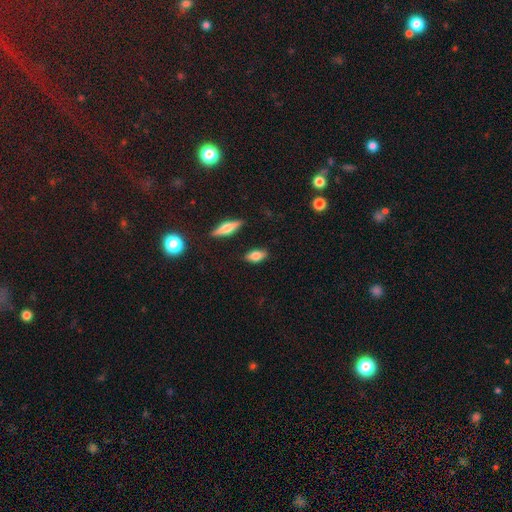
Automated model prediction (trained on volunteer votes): A smooth galaxy with no disk features (75%) that is in between round and cigar-shaped (84%). Merging: none (82%).